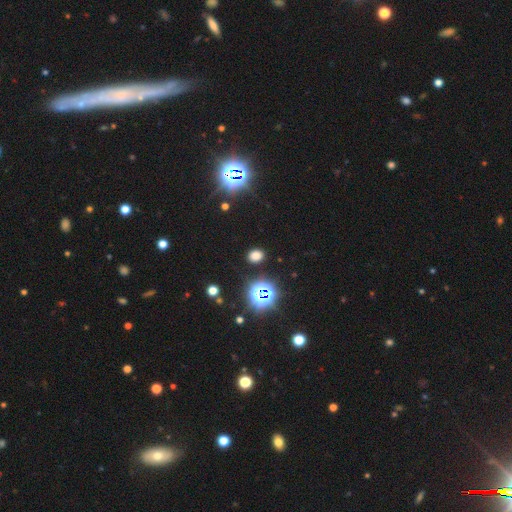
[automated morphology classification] Overall: smooth (68%). How rounded: in between (51%; round 48%). Merging: none (88%).